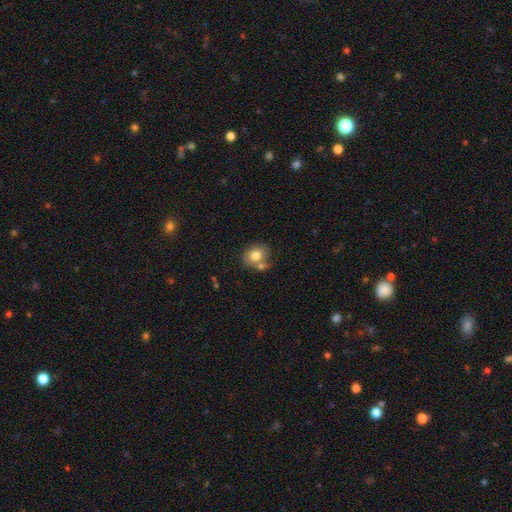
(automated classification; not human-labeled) This is likely a smooth galaxy (78%). How rounded: possibly round (58%). Merging: possibly none (52%).